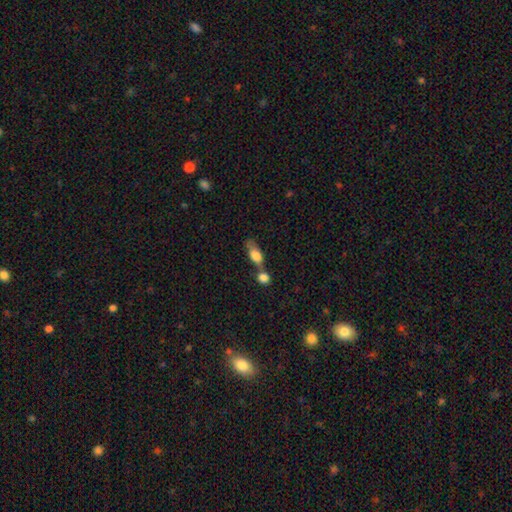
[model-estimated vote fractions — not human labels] smooth-or-featured: smooth: 78% | featured or disk: 14% | star or artifact: 8%
  how-rounded: in between: 79% | cigar-shaped: 12% | round: 10%
  merging: merger: 54% | none: 26% | minor disturbance: 12% | major disturbance: 7%